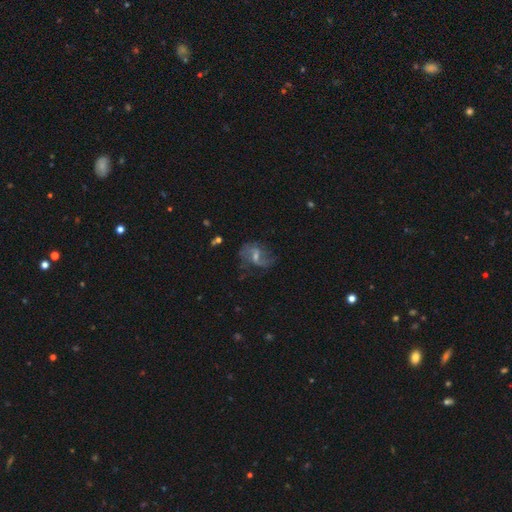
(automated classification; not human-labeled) A featured or disk galaxy (70%) with a weak bar (52%), 2 (74%) loose (55%) spiral arms (86%) and a small central bulge (46%).

Vote fractions:
- Smooth or featured? featured or disk: 70% / smooth: 17% / star or artifact: 13%
- Edge-on disk? no: 96% / yes: 4%
- Bar? weak: 52% / no: 28% / strong: 20%
- Spiral arms? yes: 86% / no: 14%
- Spiral winding? loose: 55% / medium: 34% / tight: 11%
- Spiral arm count? 2: 74% / can't tell: 13% / 1: 7% / 3: 3% / 4: 2% / more than 4: 1%
- Bulge size? small: 46% / moderate: 39% / none: 10% / large: 3% / dominant: 1%
- Merging? none: 63% / minor disturbance: 19% / major disturbance: 16% / merger: 3%